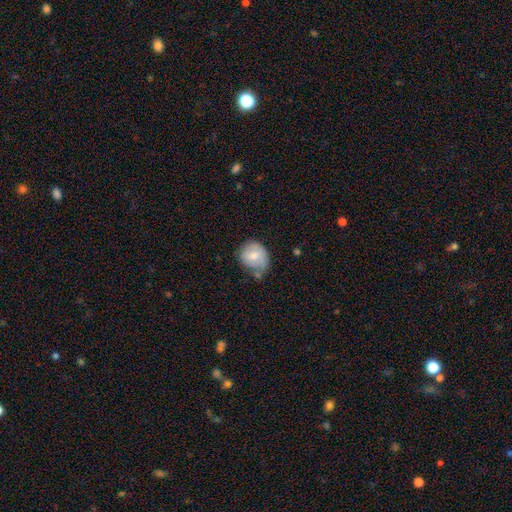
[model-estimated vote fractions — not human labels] Smooth or featured? smooth (69%)
How rounded? round (69%)
Merging? none (47%)